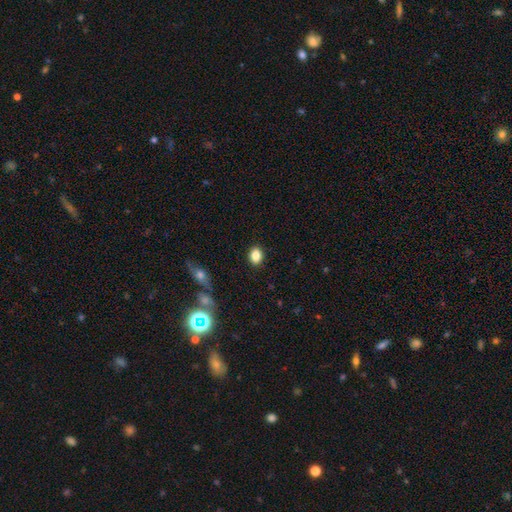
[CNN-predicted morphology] smooth-or-featured: smooth: 84% | star or artifact: 10% | featured or disk: 6%
  how-rounded: in between: 61% | round: 38% | cigar-shaped: 1%
  merging: none: 89% | minor disturbance: 7% | major disturbance: 2% | merger: 1%